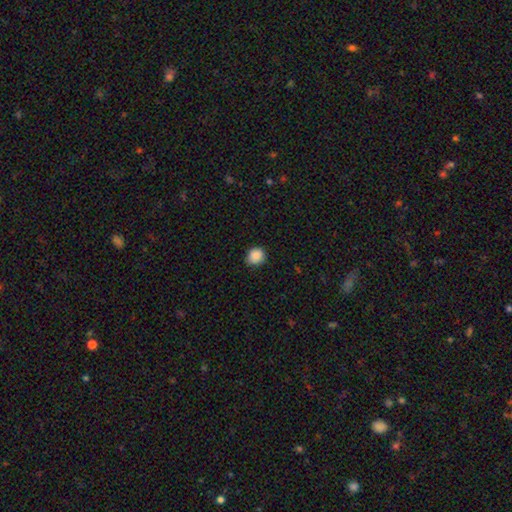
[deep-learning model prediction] Smooth or featured? Predicted: smooth (p=0.88). How rounded? Predicted: round (p=0.82). Merging? Predicted: none (p=0.85).